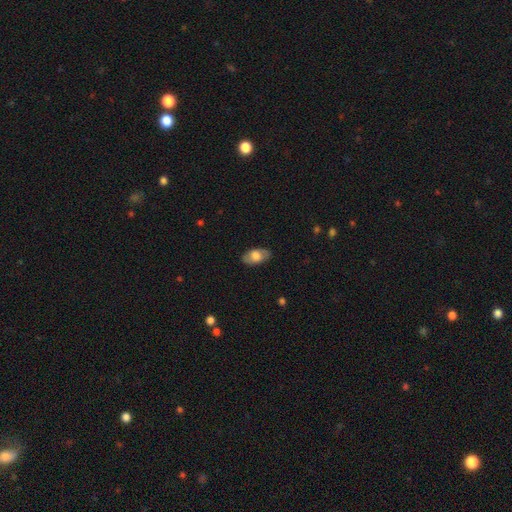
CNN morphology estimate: The model was most divided on "smooth or featured": smooth: 67%, featured or disk: 26%, star or artifact: 7%. More confident: how rounded — in between (92%); merging — none (83%).